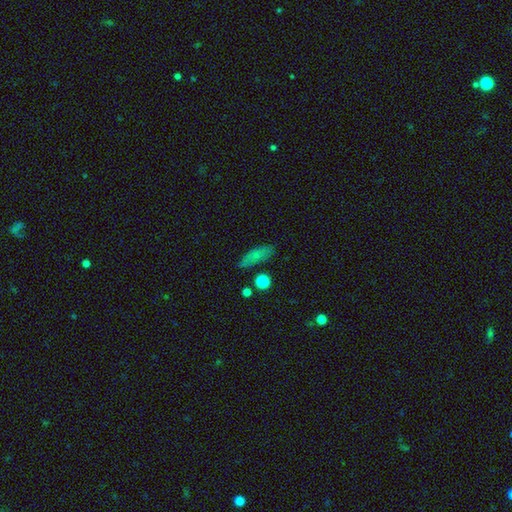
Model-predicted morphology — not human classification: Smooth or featured?
  - smooth: 70% *
  - featured or disk: 17%
  - star or artifact: 13%
How rounded?
  - in between: 55% *
  - cigar-shaped: 39%
  - round: 6%
Merging?
  - none: 76% *
  - minor disturbance: 16%
  - major disturbance: 4%
  - merger: 4%